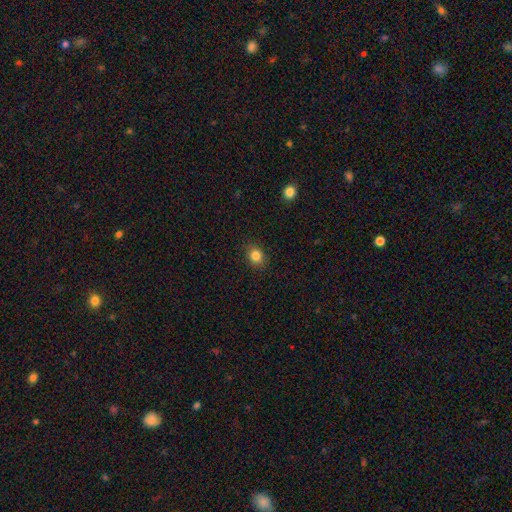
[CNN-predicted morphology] type=smooth (84%); roundness=round (63%); merging=none (88%).